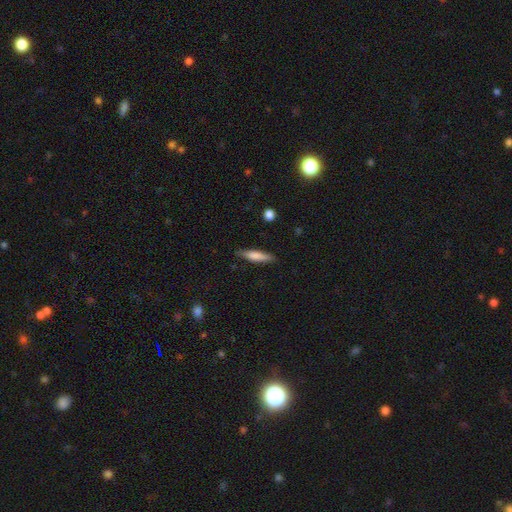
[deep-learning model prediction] Smooth or featured? Predicted: smooth (p=0.70). How rounded? Predicted: cigar-shaped (p=0.78). Merging? Predicted: none (p=0.82).